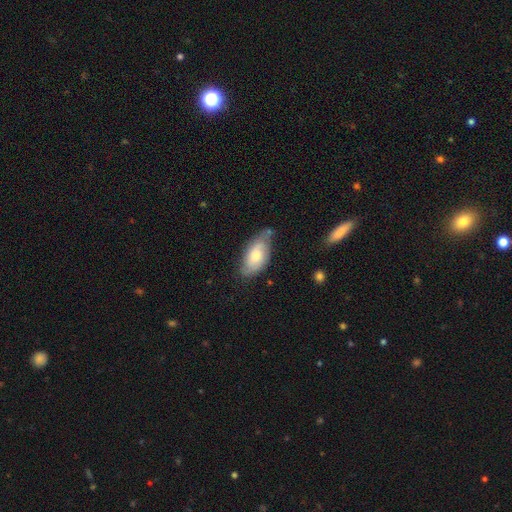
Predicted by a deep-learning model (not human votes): The model was most divided on "smooth or featured": smooth: 51%, featured or disk: 42%, star or artifact: 7%. More confident: how rounded — in between (91%); merging — none (54%).